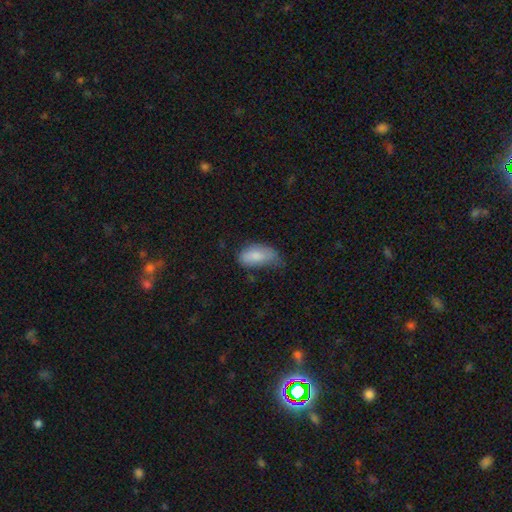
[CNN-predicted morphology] smooth-or-featured: smooth: 83% | featured or disk: 10% | star or artifact: 7%
  how-rounded: in between: 93% | cigar-shaped: 4% | round: 3%
  merging: minor disturbance: 43% | none: 35% | major disturbance: 19% | merger: 3%